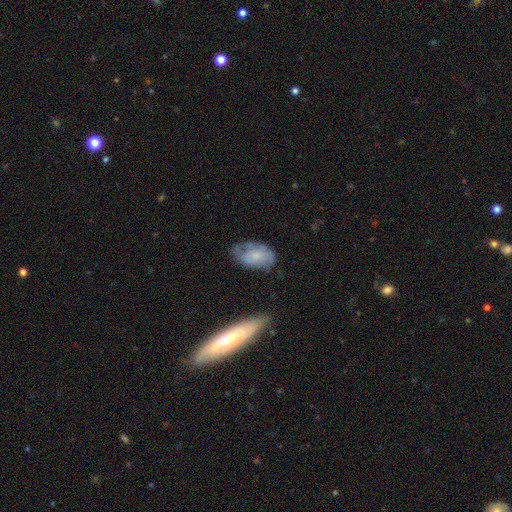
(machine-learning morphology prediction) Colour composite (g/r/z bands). It shows a smooth galaxy with no disk features (57%) that is in between round and cigar-shaped (91%). Merging: none (49%).